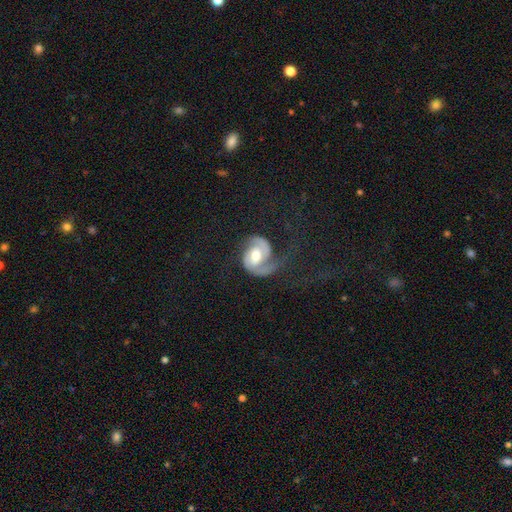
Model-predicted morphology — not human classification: Q: Smooth or featured?
A: featured or disk (83%); runner-up: smooth (11%)
Q: Edge-on disk?
A: no (98%); runner-up: yes (2%)
Q: Bar?
A: no (43%); runner-up: weak (41%)
Q: Spiral arms?
A: yes (95%); runner-up: no (5%)
Q: Spiral winding?
A: medium (47%); runner-up: tight (31%)
Q: Spiral arm count?
A: 2 (83%); runner-up: 1 (9%)
Q: Bulge size?
A: moderate (71%); runner-up: small (15%)
Q: Merging?
A: none (52%); runner-up: major disturbance (26%)